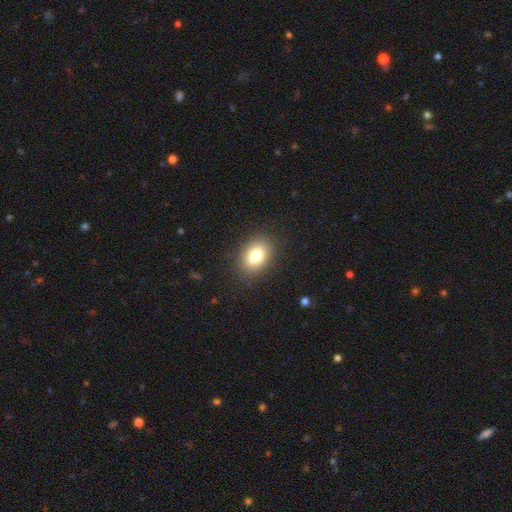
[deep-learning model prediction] The model was most divided on "how rounded": in between: 74%, round: 25%, cigar-shaped: 1%. More confident: merging — none (88%); smooth or featured — smooth (81%).